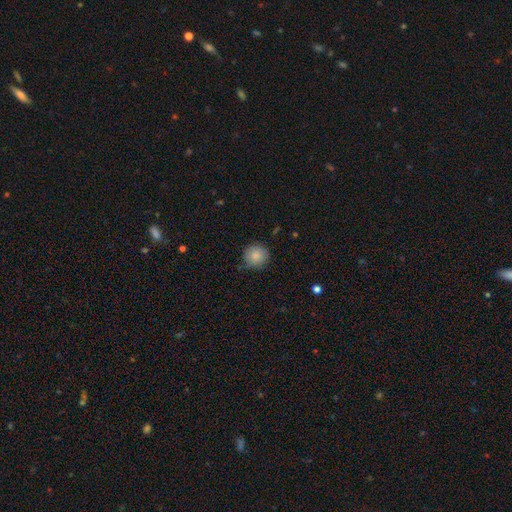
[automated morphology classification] Smooth or featured? Predicted: smooth (p=0.86). How rounded? Predicted: round (p=0.92). Merging? Predicted: none (p=0.79).